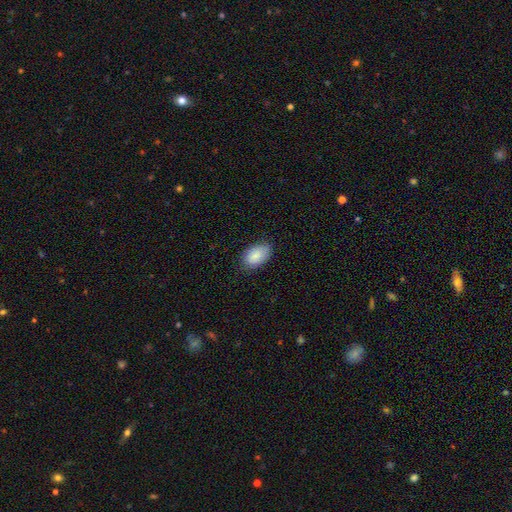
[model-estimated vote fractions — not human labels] smooth 87%, star or artifact 6%, featured or disk 6%. Down the decision tree: how rounded — in between (91%); merging — none (79%).